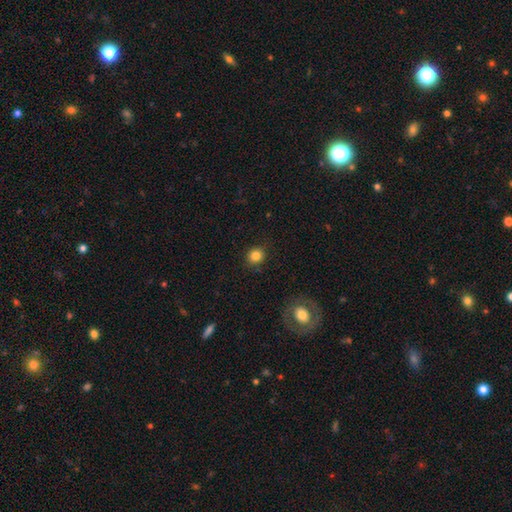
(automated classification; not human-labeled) Smooth or featured?
  - smooth: 84% *
  - star or artifact: 11%
  - featured or disk: 5%
How rounded?
  - round: 81% *
  - in between: 18%
  - cigar-shaped: 1%
Merging?
  - none: 86% *
  - minor disturbance: 10%
  - major disturbance: 3%
  - merger: 1%